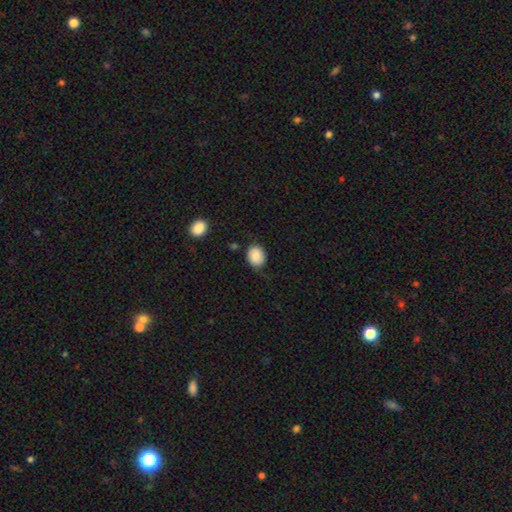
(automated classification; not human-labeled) smooth 86%, star or artifact 8%, featured or disk 6%. Down the decision tree: how rounded — round (57%); merging — none (76%).